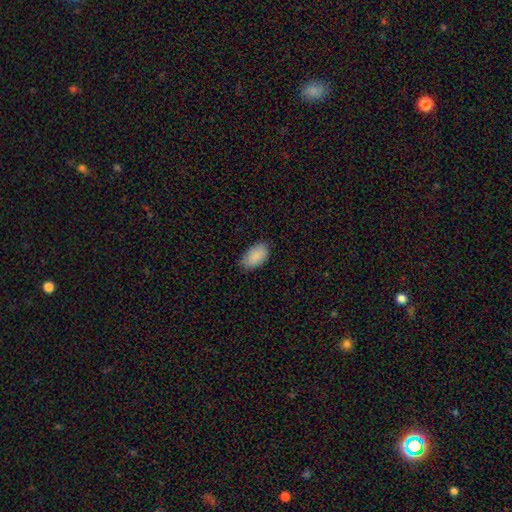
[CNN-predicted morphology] Smooth or featured?
  - smooth: 90% *
  - star or artifact: 6%
  - featured or disk: 4%
How rounded?
  - in between: 95% *
  - round: 3%
  - cigar-shaped: 2%
Merging?
  - none: 84% *
  - minor disturbance: 13%
  - major disturbance: 2%
  - merger: 1%